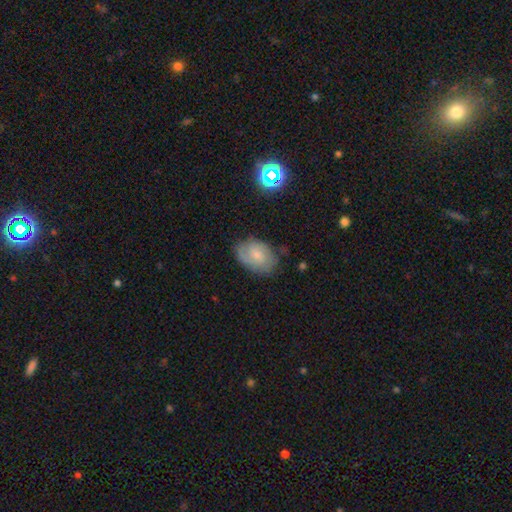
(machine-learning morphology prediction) This is possibly a featured or disk galaxy (46%). Merging: likely none (69%).